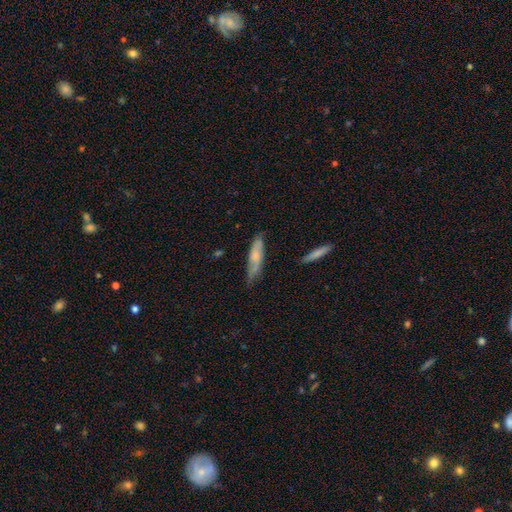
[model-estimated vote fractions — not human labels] Overall: smooth (62%; featured or disk 32%). How rounded: cigar-shaped (68%; in between 30%). Merging: none (64%; minor disturbance 28%).